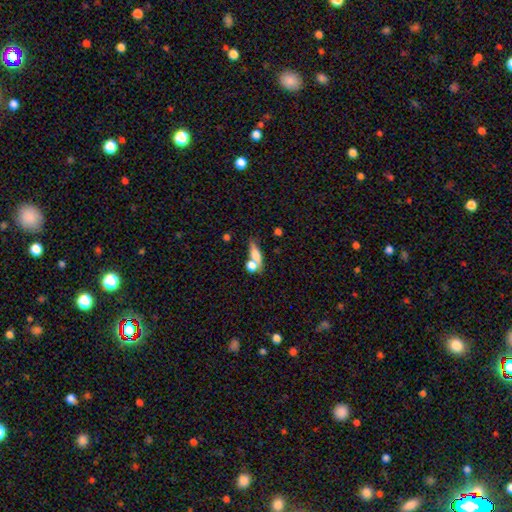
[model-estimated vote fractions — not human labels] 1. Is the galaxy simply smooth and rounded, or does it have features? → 70% smooth, 21% featured or disk, 10% star or artifact.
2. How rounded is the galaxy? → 49% in between, 37% cigar-shaped, 14% round.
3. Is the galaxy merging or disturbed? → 40% none (tied), 40% merger (tied), 13% minor disturbance, 8% major disturbance.